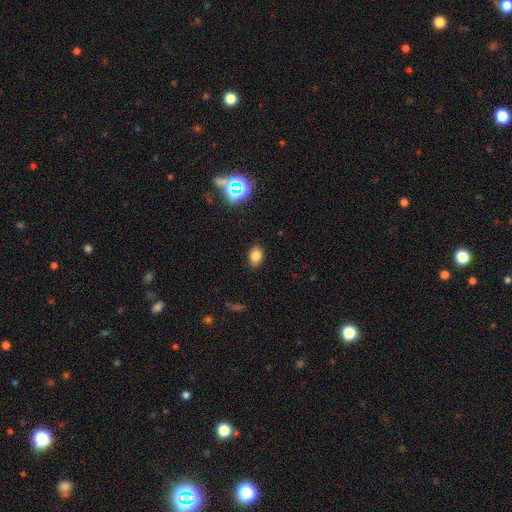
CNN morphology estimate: This is likely a smooth galaxy (79%). How rounded: likely in between (72%). Merging: clearly none (87%).